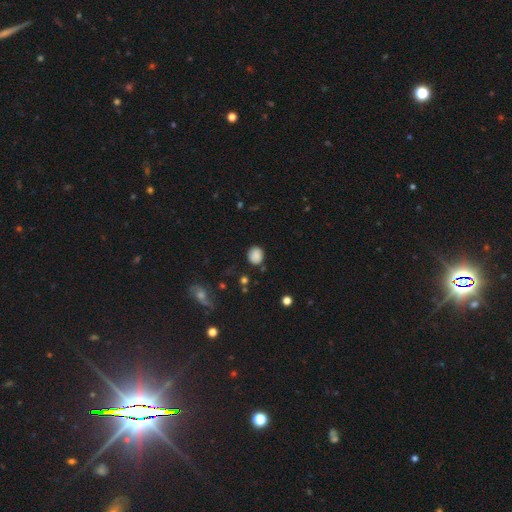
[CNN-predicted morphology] smooth 84%, star or artifact 11%, featured or disk 6%. Down the decision tree: how rounded — round (74%); merging — none (80%).